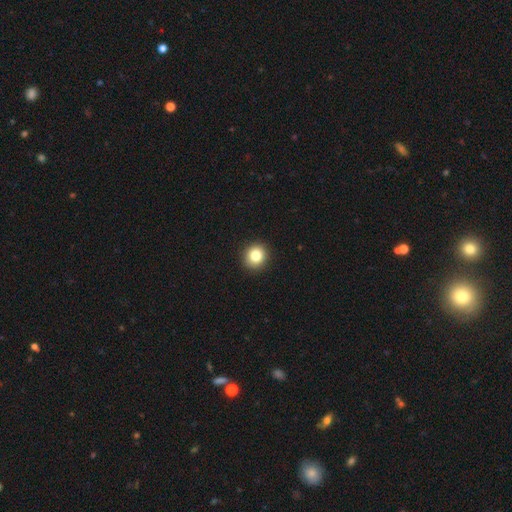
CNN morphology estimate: Overall: smooth (83%). How rounded: round (88%). Merging: none (93%).